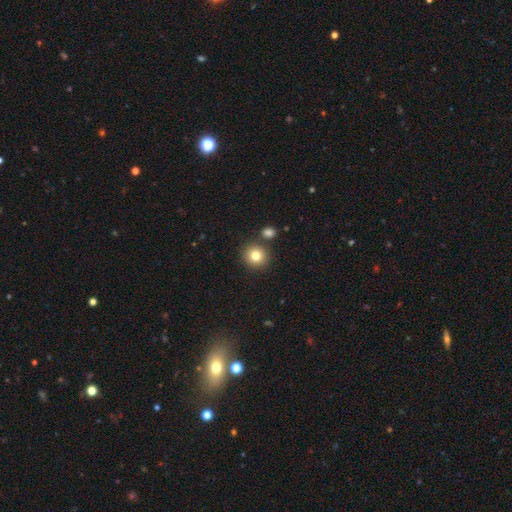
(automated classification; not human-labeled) Q: Smooth or featured?
A: smooth (81%); runner-up: star or artifact (12%)
Q: How rounded?
A: round (91%); runner-up: in between (8%)
Q: Merging?
A: none (83%); runner-up: merger (8%)